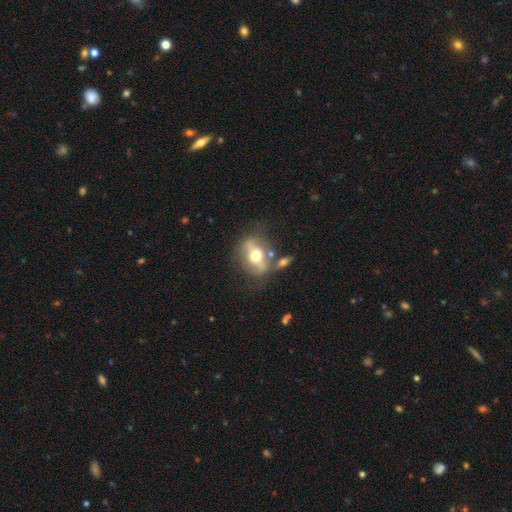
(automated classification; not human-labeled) smooth_or_featured: featured or disk (p=0.55) [alt: smooth p=0.37]
disk_edge_on: no (p=0.77) [alt: yes p=0.23]
merging: none (p=0.59) [alt: minor disturbance p=0.18]